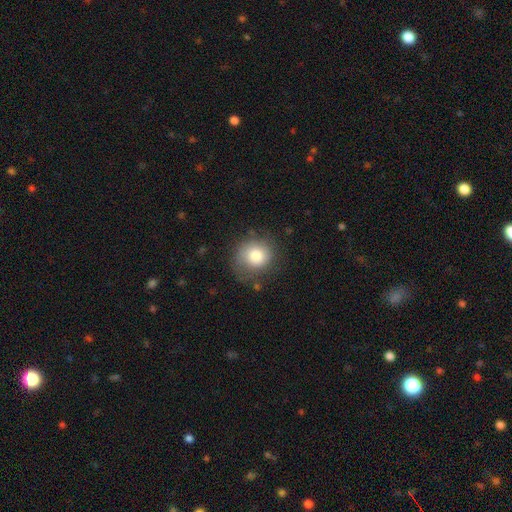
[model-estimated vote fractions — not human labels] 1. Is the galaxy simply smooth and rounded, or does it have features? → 78% smooth, 13% featured or disk, 9% star or artifact.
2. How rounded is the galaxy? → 84% round, 15% in between, 1% cigar-shaped.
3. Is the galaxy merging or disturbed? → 70% none, 20% minor disturbance, 9% major disturbance, 2% merger.